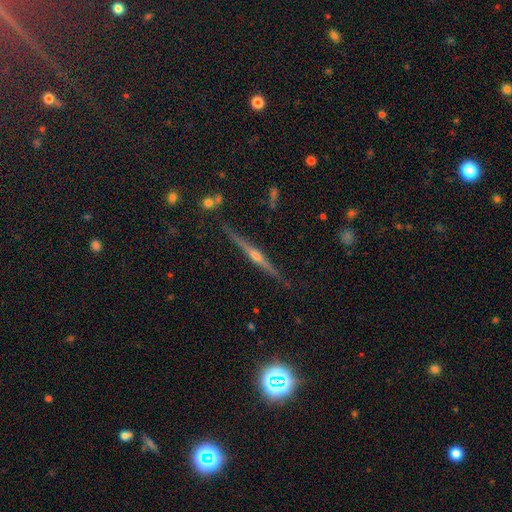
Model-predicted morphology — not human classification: A featured or disk galaxy (82%) viewed edge-on (98%) with a rounded central bulge (91%). Merging: none (90%).